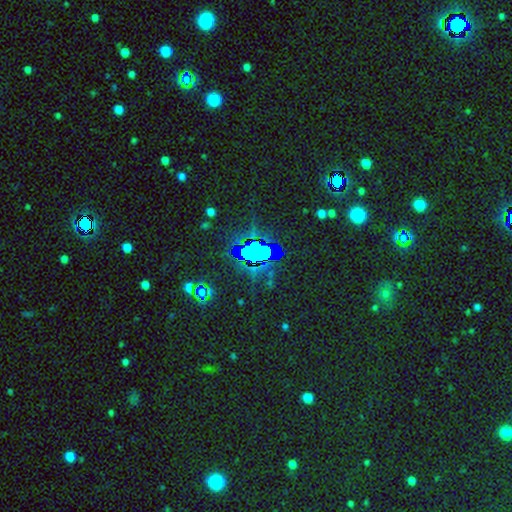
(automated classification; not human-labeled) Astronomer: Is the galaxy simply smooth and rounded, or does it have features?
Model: star or artifact — 77%.